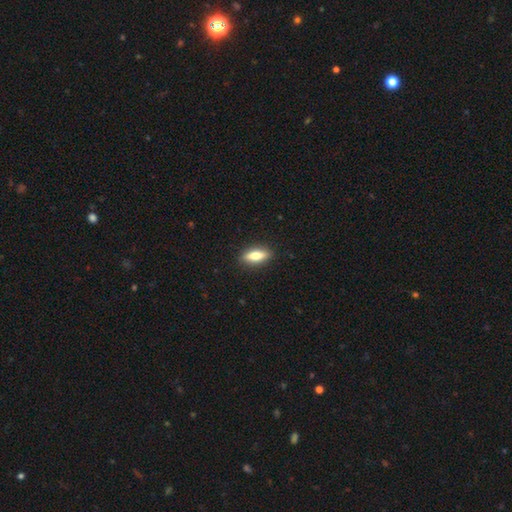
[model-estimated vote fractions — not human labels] Smooth or featured? Predicted: smooth (p=0.67). How rounded? Predicted: in between (p=0.62). Merging? Predicted: none (p=0.89).